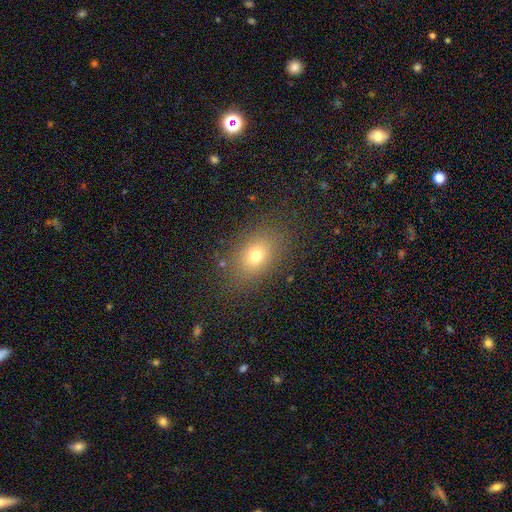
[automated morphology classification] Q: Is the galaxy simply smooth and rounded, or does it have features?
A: smooth — 72%.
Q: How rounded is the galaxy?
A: in between — 75%.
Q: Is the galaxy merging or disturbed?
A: none — 83%.